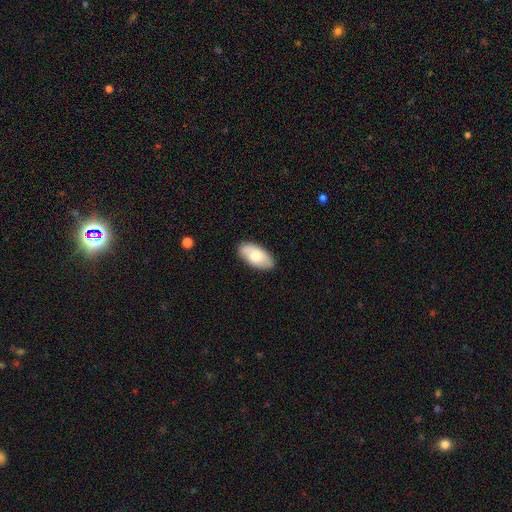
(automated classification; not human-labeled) This is likely a smooth galaxy (74%). How rounded: clearly in between (94%). Merging: clearly none (83%).